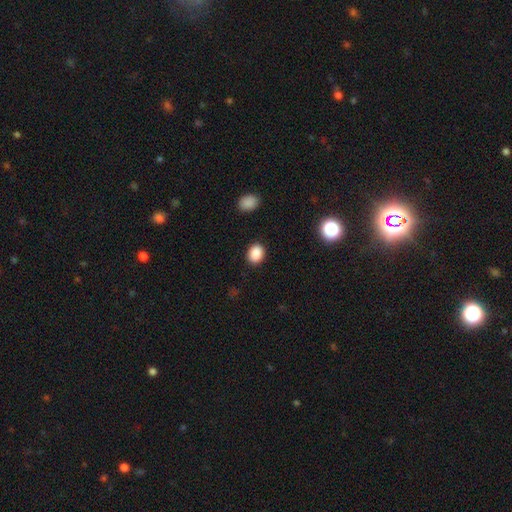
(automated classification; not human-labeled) A smooth galaxy with no disk features (88%) that is in between round and cigar-shaped (57%). Merging: none (89%).